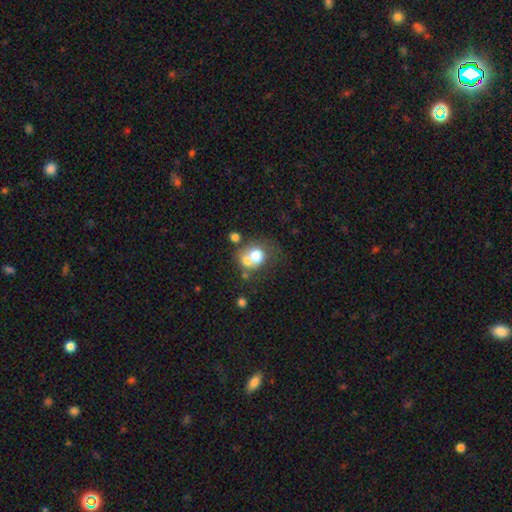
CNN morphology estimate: The model was most divided on "merging": merger: 51%, none: 31%, minor disturbance: 10%, major disturbance: 7%. More confident: how rounded — round (70%); smooth or featured — smooth (67%).